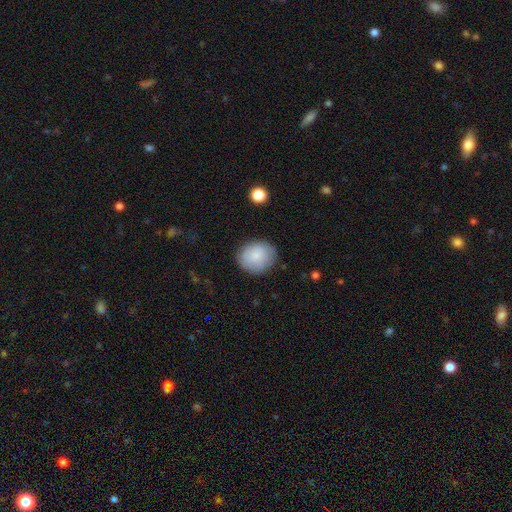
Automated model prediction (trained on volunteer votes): This appears to be a smooth galaxy with no disk features (86%) that is round (69%). Merging: none (84%).